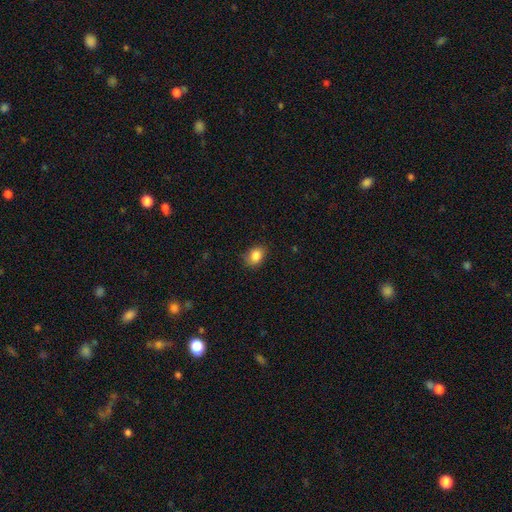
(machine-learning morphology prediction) A smooth galaxy with no disk features (85%) that is in between round and cigar-shaped (65%). Merging: none (81%).